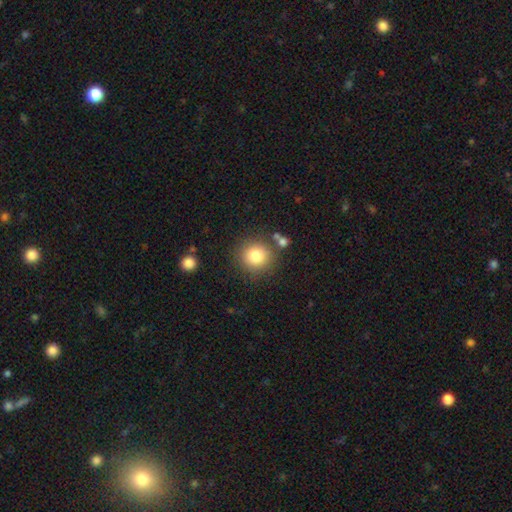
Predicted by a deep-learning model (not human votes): smooth_or_featured: smooth (p=0.82) [alt: star or artifact p=0.11]
how_rounded: round (p=0.91) [alt: in between p=0.08]
merging: none (p=0.81) [alt: minor disturbance p=0.09]